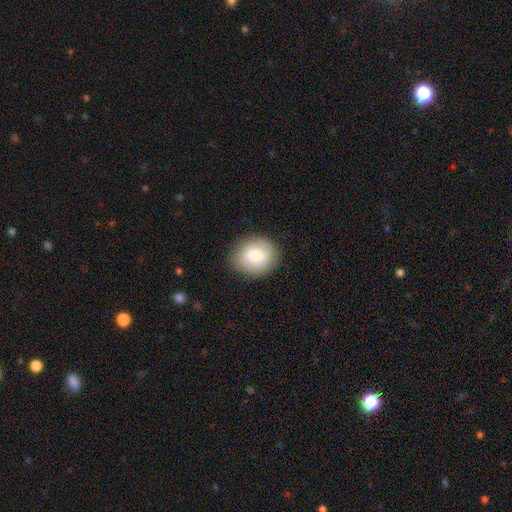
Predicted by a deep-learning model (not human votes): The model was most divided on "how rounded": round: 66%, in between: 33%, cigar-shaped: 1%. More confident: merging — none (83%); smooth or featured — smooth (74%).